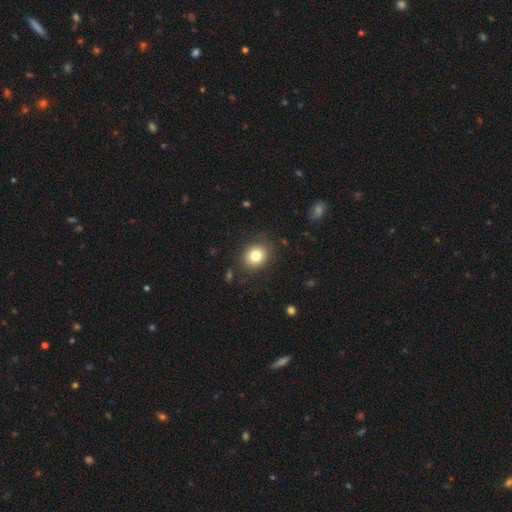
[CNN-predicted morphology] Smooth or featured?
  - smooth: 80% *
  - star or artifact: 10%
  - featured or disk: 9%
How rounded?
  - round: 65% *
  - in between: 34%
  - cigar-shaped: 1%
Merging?
  - none: 85% *
  - minor disturbance: 11%
  - major disturbance: 3%
  - merger: 1%